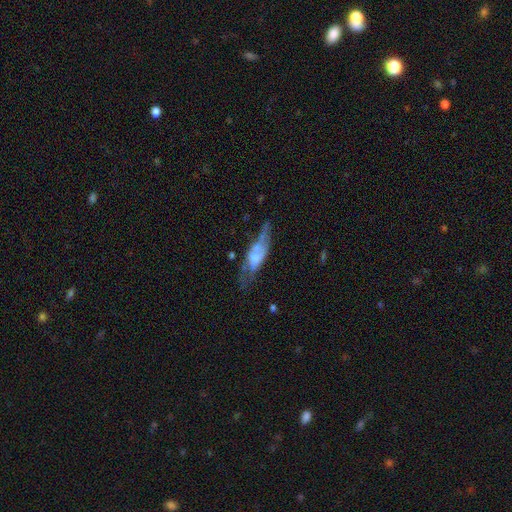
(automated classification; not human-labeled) Smooth or featured?
  - featured or disk: 52% *
  - smooth: 40%
  - star or artifact: 8%
Edge-on disk?
  - no: 71% *
  - yes: 29%
Merging?
  - major disturbance: 31% * (tied)
  - none: 31% * (tied)
  - minor disturbance: 26%
  - merger: 12%